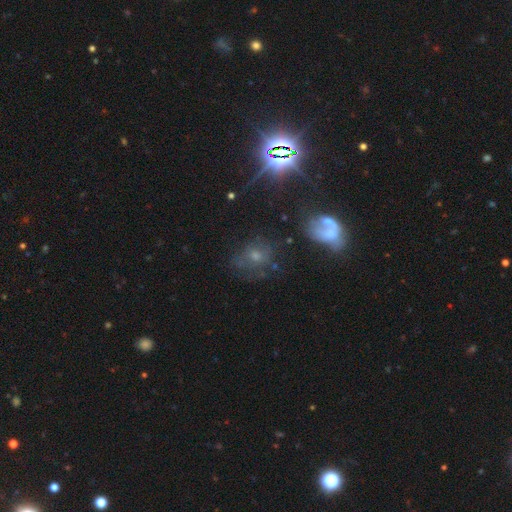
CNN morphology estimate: smooth_or_featured: star or artifact (p=0.39) [alt: smooth p=0.32]